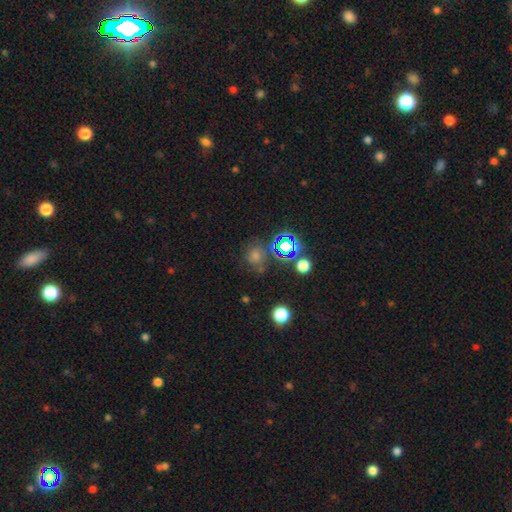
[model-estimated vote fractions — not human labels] Smooth or featured?
  - star or artifact: 46% *
  - smooth: 44%
  - featured or disk: 10%